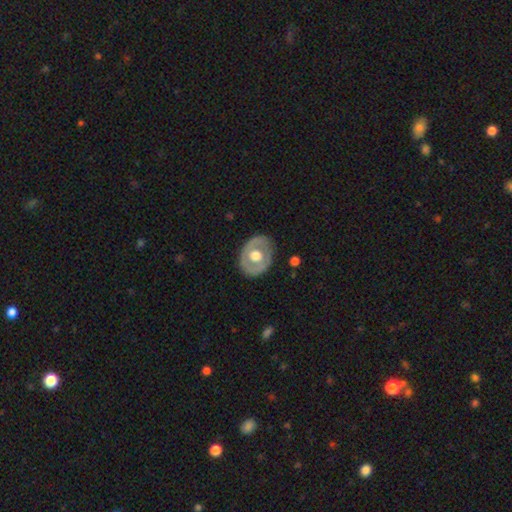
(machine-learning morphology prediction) A featured or disk galaxy (55%) with no bar (86%), no spiral arms (86%) and a moderate central bulge (51%). Merging: none (81%).